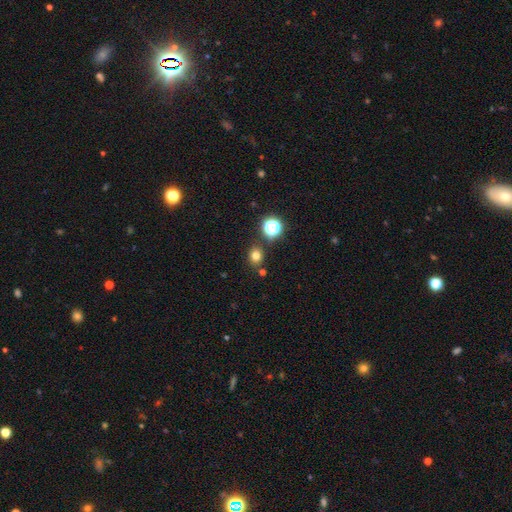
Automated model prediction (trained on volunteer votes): smooth_or_featured: smooth (p=0.75) [alt: star or artifact p=0.18]
how_rounded: round (p=0.73) [alt: in between p=0.26]
merging: none (p=0.82) [alt: minor disturbance p=0.09]